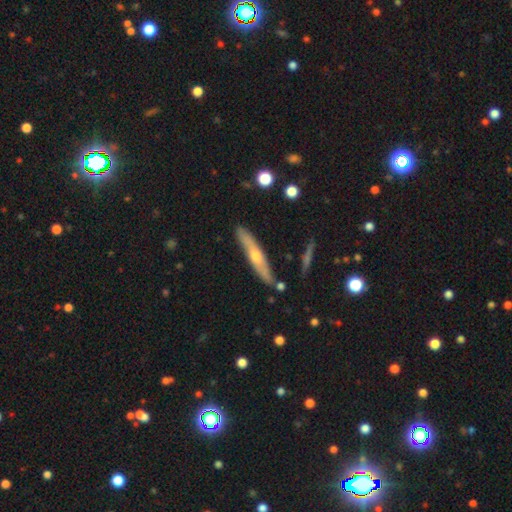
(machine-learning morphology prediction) This is possibly a featured or disk galaxy (58%). It is clearly viewed edge-on (87%). Edge-on bulge: clearly rounded (83%). Merging: clearly none (85%).